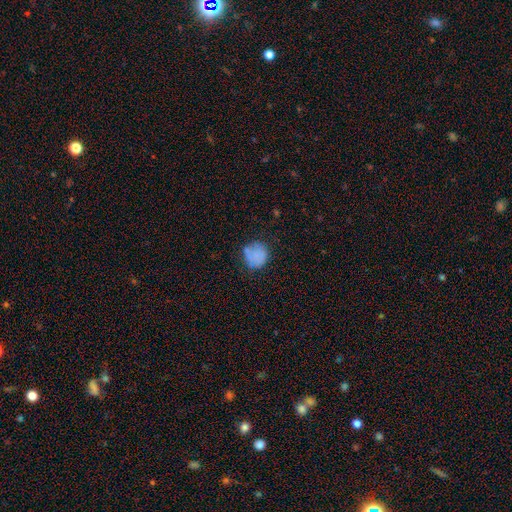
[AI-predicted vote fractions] Morphology: type=smooth (77%); roundness=round (86%); merging=none (64%).